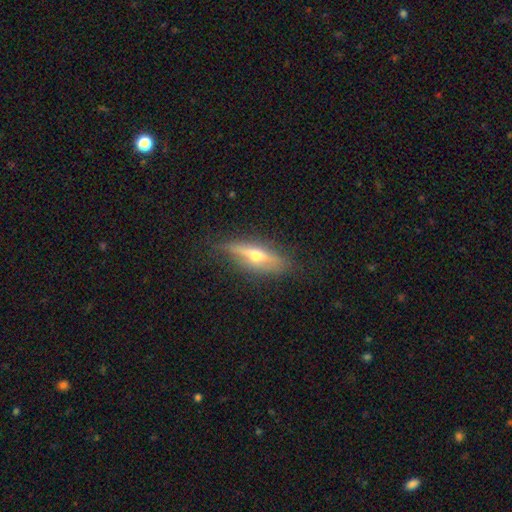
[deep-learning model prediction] A featured or disk galaxy (60%) viewed edge-on (88%) with a rounded central bulge (92%).

Vote fractions:
- Smooth or featured? featured or disk: 60% / smooth: 32% / star or artifact: 7%
- Edge-on disk? yes: 88% / no: 12%
- Edge-on bulge? rounded: 92% / none: 4% / boxy: 4%
- Merging? none: 79% / minor disturbance: 15% / major disturbance: 5% / merger: 1%